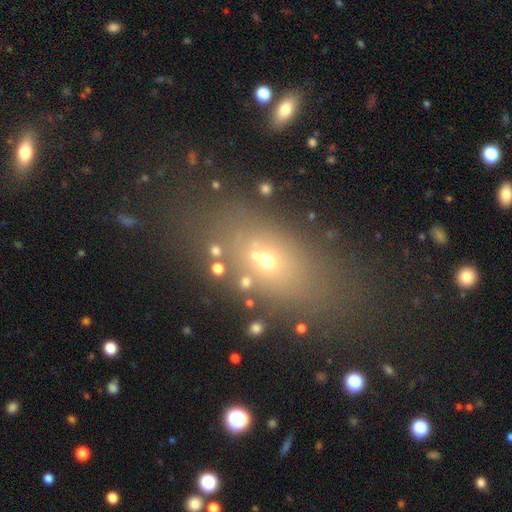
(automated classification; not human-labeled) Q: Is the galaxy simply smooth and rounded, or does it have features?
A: smooth — 54%.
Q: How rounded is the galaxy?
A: in between — 63%.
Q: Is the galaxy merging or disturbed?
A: none — 60%.